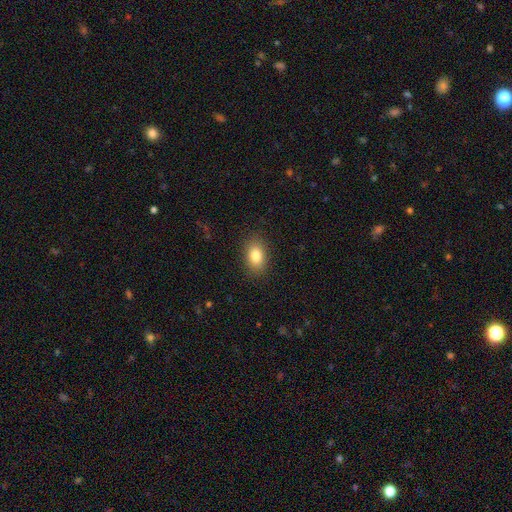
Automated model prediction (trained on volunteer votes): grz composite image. It shows a smooth galaxy with no disk features (83%) that is in between round and cigar-shaped (83%). Merging: none (87%).